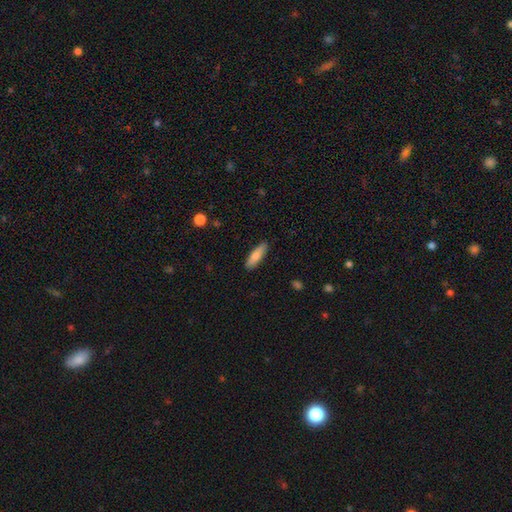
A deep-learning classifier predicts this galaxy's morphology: A smooth galaxy with no disk features (81%) that is cigar-shaped (65%). Merging: none (88%).